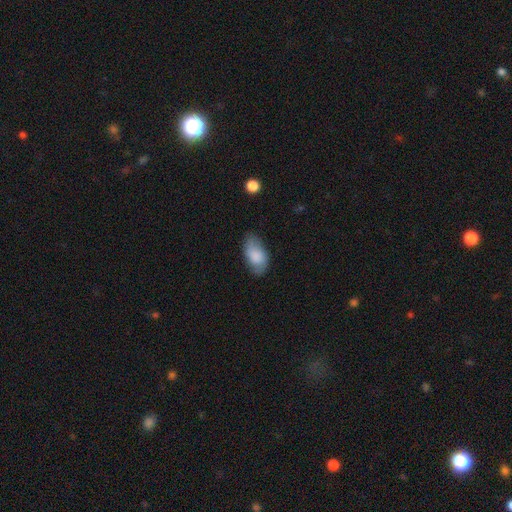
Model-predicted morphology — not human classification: This is likely a smooth galaxy (80%). How rounded: clearly in between (94%). Merging: likely none (68%).